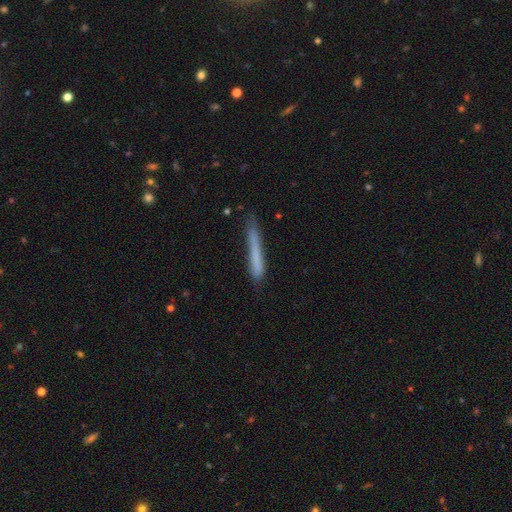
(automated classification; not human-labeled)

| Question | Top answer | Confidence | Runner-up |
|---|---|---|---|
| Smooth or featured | smooth | 69% | featured or disk (23%) |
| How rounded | cigar-shaped | 96% | in between (3%) |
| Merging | none | 71% | minor disturbance (21%) |